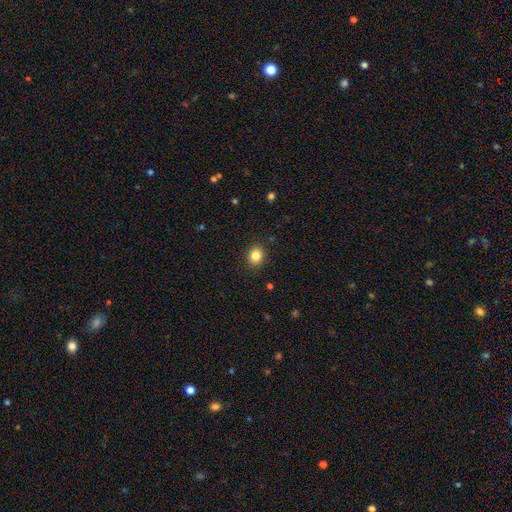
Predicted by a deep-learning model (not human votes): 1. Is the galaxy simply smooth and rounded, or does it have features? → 84% smooth, 11% star or artifact, 5% featured or disk.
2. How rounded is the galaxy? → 72% round, 27% in between, 1% cigar-shaped.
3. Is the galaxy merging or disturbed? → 90% none, 7% minor disturbance, 2% major disturbance, 1% merger.